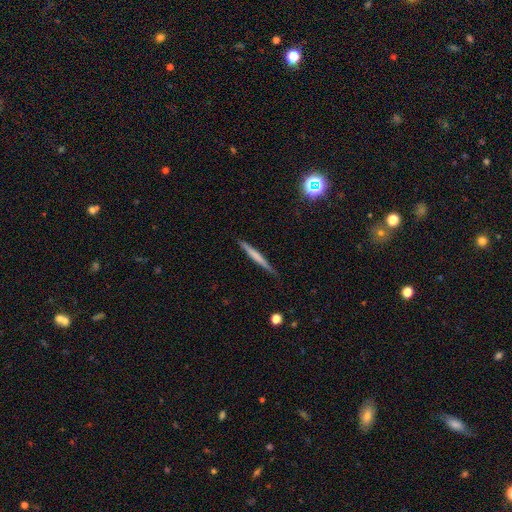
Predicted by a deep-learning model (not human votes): This is possibly a smooth galaxy (52%). How rounded: clearly cigar-shaped (96%). Merging: clearly none (85%).